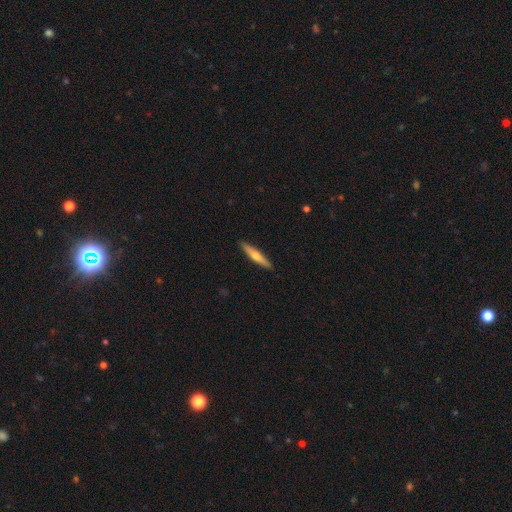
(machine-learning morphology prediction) Smooth or featured? smooth (48%)
Merging? none (91%)